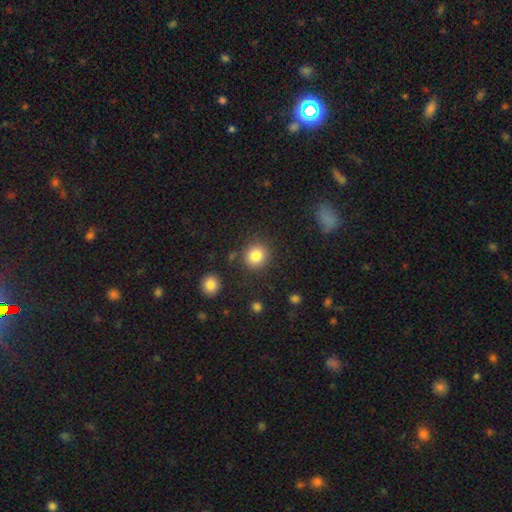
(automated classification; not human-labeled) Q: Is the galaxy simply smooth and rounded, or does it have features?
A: smooth — 85%.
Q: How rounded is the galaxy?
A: round — 88%.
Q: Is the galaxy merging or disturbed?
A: none — 86%.